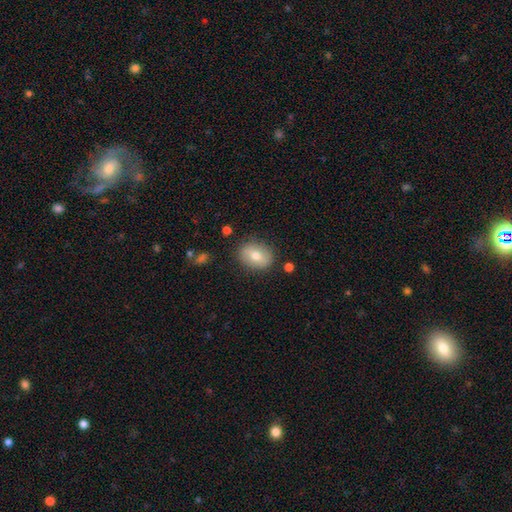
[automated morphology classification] Smooth or featured? smooth (70%)
How rounded? in between (69%)
Merging? none (85%)